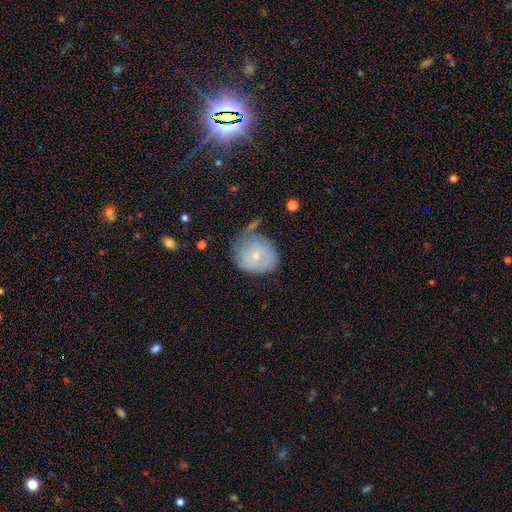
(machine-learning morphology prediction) Smooth or featured? Predicted: smooth (p=0.53). How rounded? Predicted: round (p=0.79). Merging? Predicted: none (p=0.47).